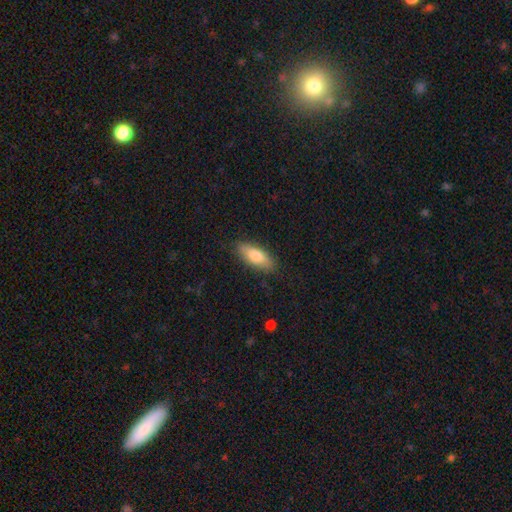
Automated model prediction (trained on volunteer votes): smooth-or-featured: smooth: 76% | featured or disk: 18% | star or artifact: 6%
  how-rounded: in between: 71% | cigar-shaped: 26% | round: 2%
  merging: none: 85% | minor disturbance: 12% | major disturbance: 2% | merger: 1%